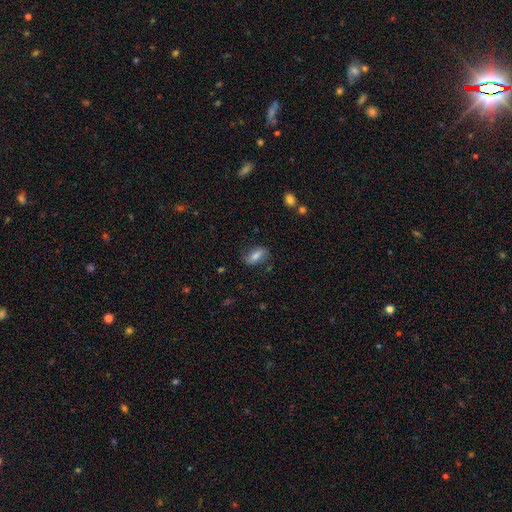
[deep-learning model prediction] Q: Smooth or featured?
A: smooth (68%); runner-up: featured or disk (24%)
Q: How rounded?
A: in between (84%); runner-up: cigar-shaped (10%)
Q: Merging?
A: none (73%); runner-up: minor disturbance (19%)